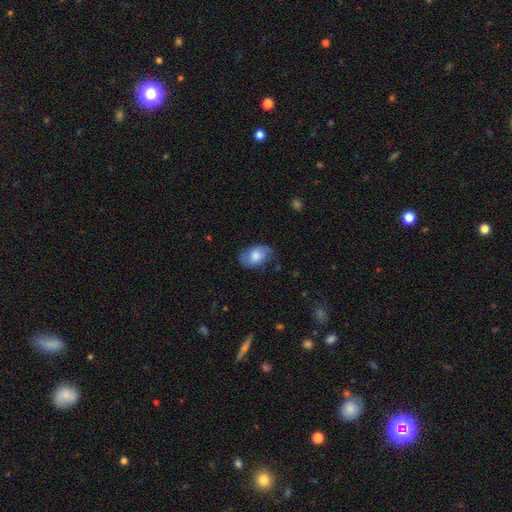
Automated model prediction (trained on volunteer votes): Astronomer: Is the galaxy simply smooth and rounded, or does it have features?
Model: smooth — 64%.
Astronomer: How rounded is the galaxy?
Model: in between — 88%.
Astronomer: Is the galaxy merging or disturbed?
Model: none — 65%.